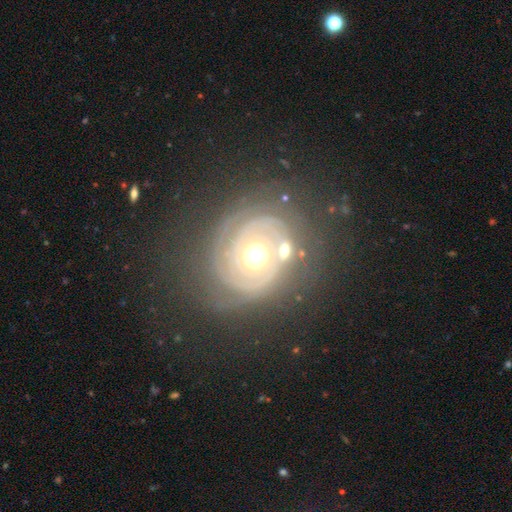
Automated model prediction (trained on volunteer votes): Morphology: type=featured or disk (82%); edge-on=no (96%); bar=no (82%); spiral arms=yes (87%); winding=tight (79%); arm count=2 (34%); bulge=moderate (74%); merging=none (71%).